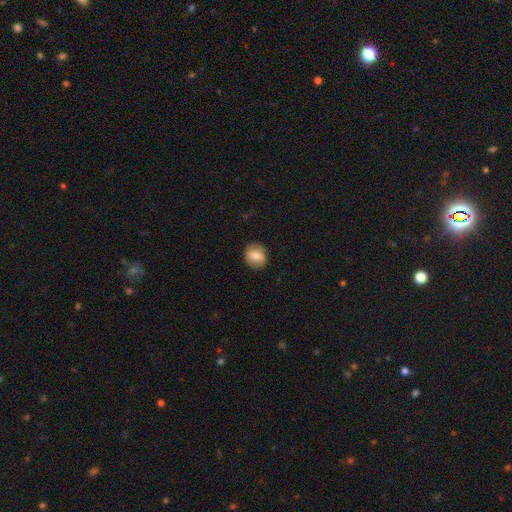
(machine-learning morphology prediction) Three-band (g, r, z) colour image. It shows a smooth galaxy with no disk features (70%) that is round (78%). Merging: none (87%).